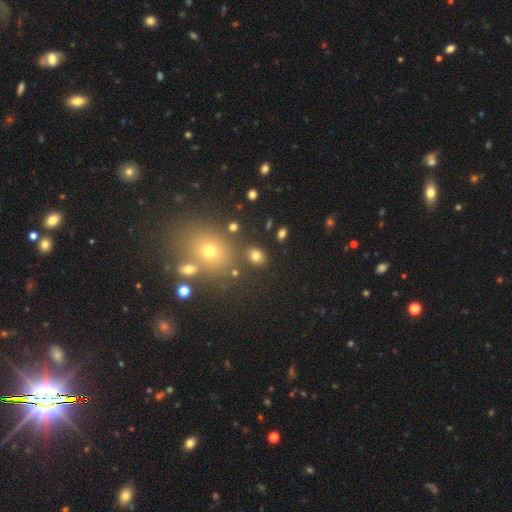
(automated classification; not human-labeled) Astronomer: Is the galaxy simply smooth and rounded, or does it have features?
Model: smooth — 76%.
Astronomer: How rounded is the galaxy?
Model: round — 54% (runner-up: in between, 45%).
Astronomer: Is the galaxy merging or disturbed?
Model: none — 79%.